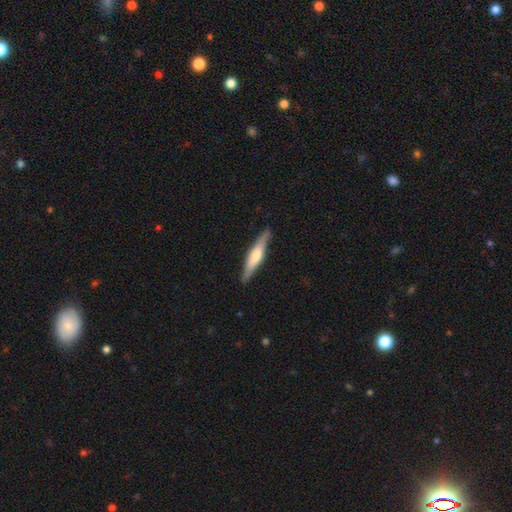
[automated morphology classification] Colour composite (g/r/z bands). It shows a featured or disk galaxy (55%) viewed edge-on (94%) with a rounded central bulge (78%). Merging: none (88%).